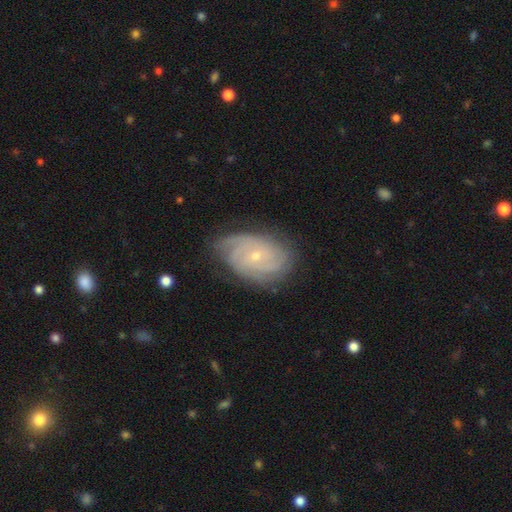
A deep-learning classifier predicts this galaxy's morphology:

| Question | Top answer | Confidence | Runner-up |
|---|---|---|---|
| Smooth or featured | featured or disk | 81% | smooth (12%) |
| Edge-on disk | no | 96% | yes (4%) |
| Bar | no | 70% | weak (26%) |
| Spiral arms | yes | 96% | no (4%) |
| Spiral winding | tight | 68% | medium (26%) |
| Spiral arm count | can't tell | 31% | 3 (23%) |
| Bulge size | small | 76% | moderate (21%) |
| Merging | none | 75% | minor disturbance (19%) |